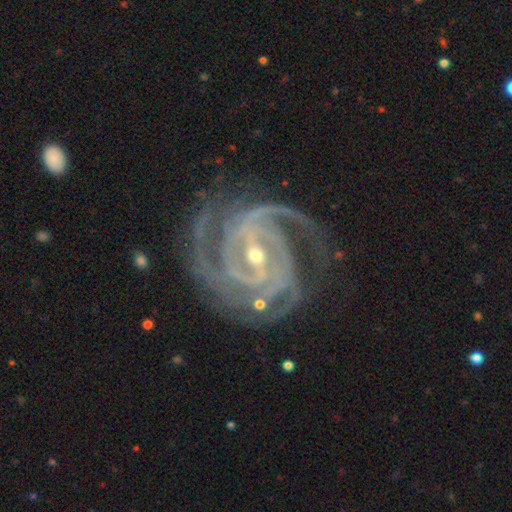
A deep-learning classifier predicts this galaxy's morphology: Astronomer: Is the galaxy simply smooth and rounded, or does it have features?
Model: featured or disk — 93%.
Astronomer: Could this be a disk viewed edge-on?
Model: no — 98%.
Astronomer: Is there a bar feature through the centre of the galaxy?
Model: strong — 47% (runner-up: weak, 39%).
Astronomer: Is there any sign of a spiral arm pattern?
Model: yes — 99%.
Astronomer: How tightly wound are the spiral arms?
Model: tight — 62%.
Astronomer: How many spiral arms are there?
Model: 3 — 31% (runner-up: 4, 23%).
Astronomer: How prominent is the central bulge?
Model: small — 63%.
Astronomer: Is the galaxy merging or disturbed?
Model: none — 72%.